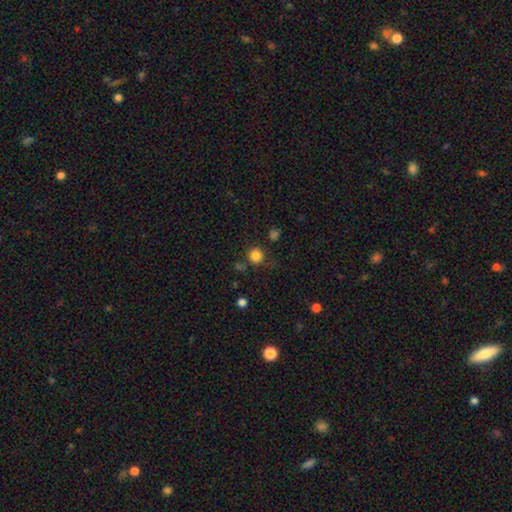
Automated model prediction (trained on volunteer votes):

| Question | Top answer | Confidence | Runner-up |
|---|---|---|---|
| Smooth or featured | smooth | 82% | star or artifact (13%) |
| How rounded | round | 94% | in between (5%) |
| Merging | none | 79% | minor disturbance (11%) |